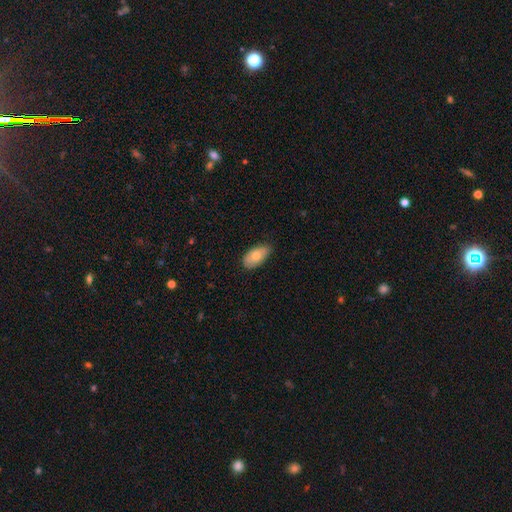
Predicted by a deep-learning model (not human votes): The model was most divided on "smooth or featured": smooth: 74%, featured or disk: 19%, star or artifact: 7%. More confident: how rounded — in between (93%); merging — none (78%).